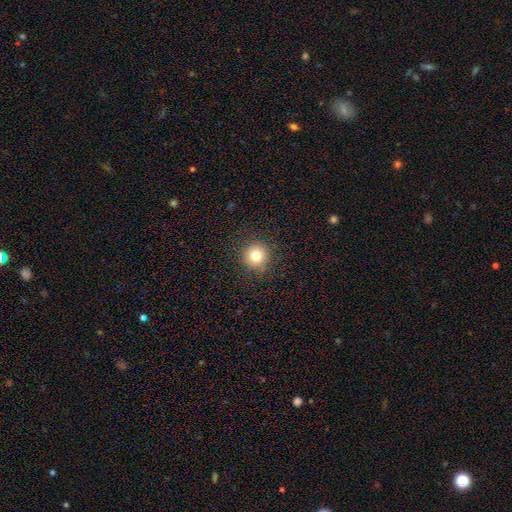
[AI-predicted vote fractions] The model was most divided on "smooth or featured": smooth: 79%, star or artifact: 13%, featured or disk: 9%. More confident: how rounded — round (94%); merging — none (90%).